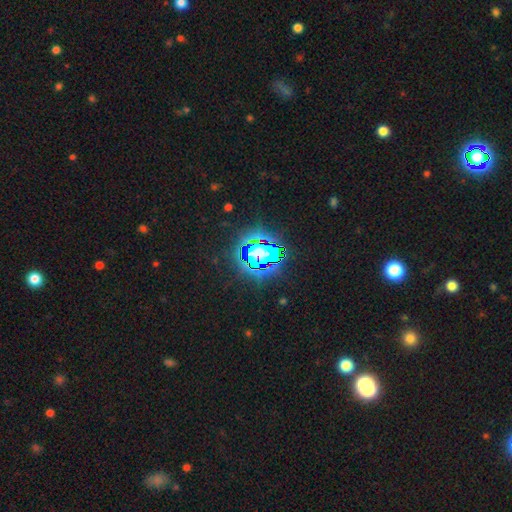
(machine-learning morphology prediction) smooth_or_featured: star or artifact (p=0.70) [alt: smooth p=0.17]